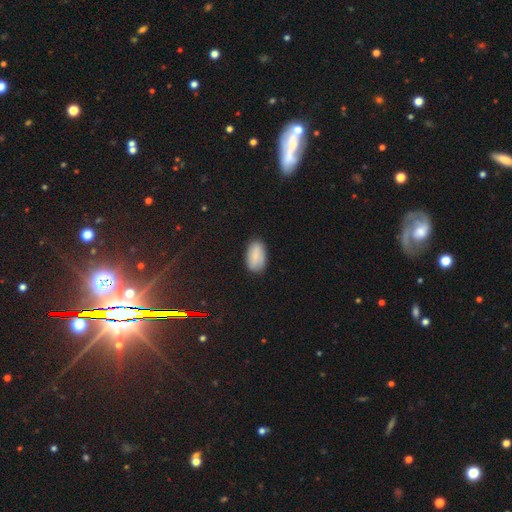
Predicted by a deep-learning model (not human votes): Smooth or featured: smooth — 81% (featured or disk — 11%)
How rounded: in between — 94% (round — 4%)
Merging: none — 83% (minor disturbance — 13%)